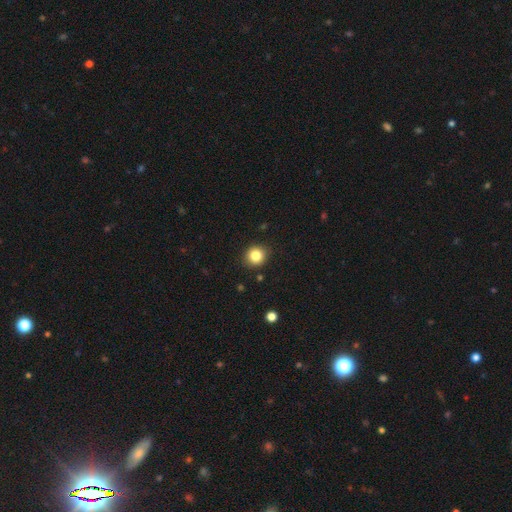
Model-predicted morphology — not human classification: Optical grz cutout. It shows a smooth galaxy with no disk features (84%) that is round (89%). Merging: none (90%).